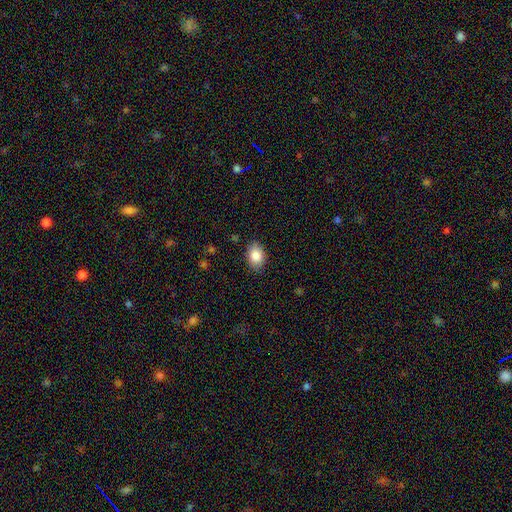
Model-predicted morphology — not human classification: Smooth or featured? Predicted: smooth (p=0.86). How rounded? Predicted: in between (p=0.82). Merging? Predicted: none (p=0.85).